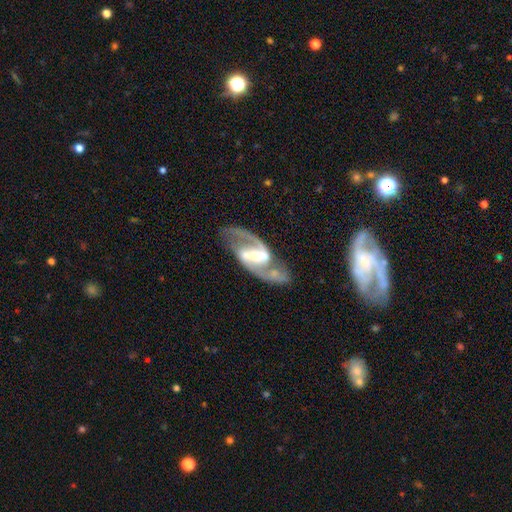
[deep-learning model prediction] Smooth or featured: featured or disk — 90% (smooth — 5%)
Edge-on disk: no — 96% (yes — 4%)
Bar: strong — 65% (weak — 27%)
Spiral arms: yes — 96% (no — 4%)
Spiral winding: medium — 55% (loose — 31%)
Spiral arm count: 2 — 93% (can't tell — 2%)
Bulge size: moderate — 39% (small — 35%)
Merging: none — 69% (minor disturbance — 15%)